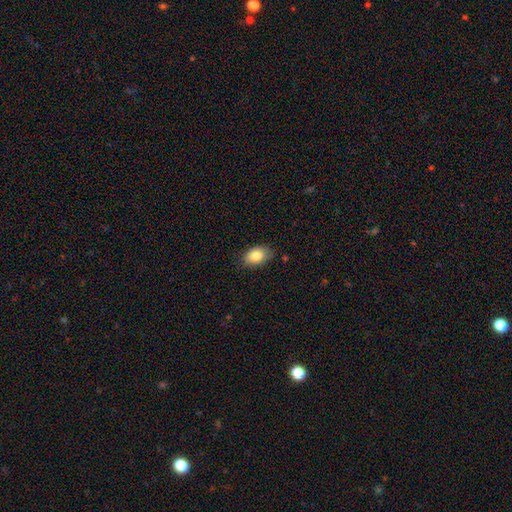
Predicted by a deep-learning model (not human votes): A smooth galaxy with no disk features (83%) that is in between round and cigar-shaped (88%).

Vote fractions:
- Smooth or featured? smooth: 83% / featured or disk: 9% / star or artifact: 8%
- How rounded? in between: 88% / round: 10% / cigar-shaped: 1%
- Merging? none: 80% / minor disturbance: 16% / major disturbance: 3% / merger: 1%